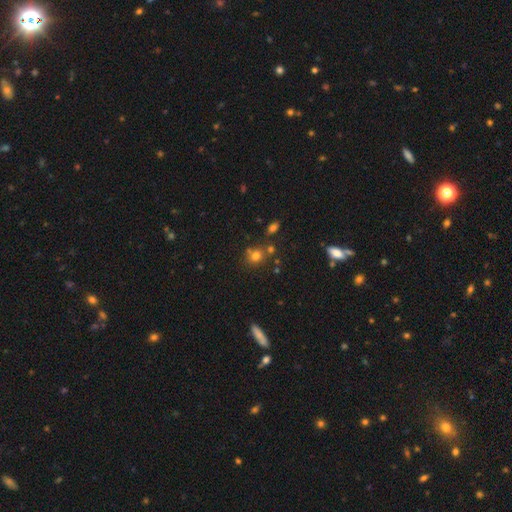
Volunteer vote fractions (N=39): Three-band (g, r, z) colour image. It shows a smooth galaxy with no disk features (97%) that is round (82%). Merging: none (63%).